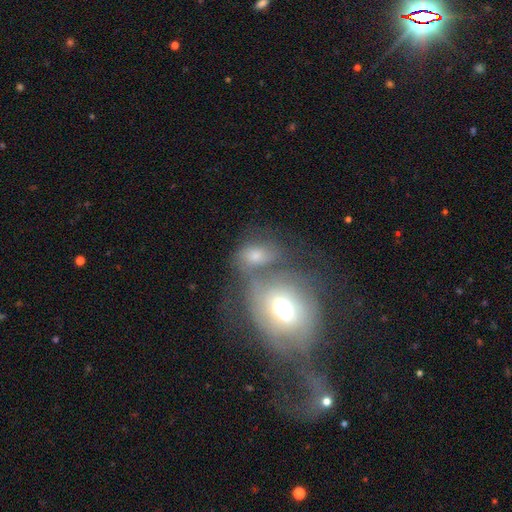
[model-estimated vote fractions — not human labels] smooth_or_featured: smooth (p=0.53) [alt: featured or disk p=0.32]
how_rounded: in between (p=0.67) [alt: round p=0.31]
merging: merger (p=0.50) [alt: none p=0.28]